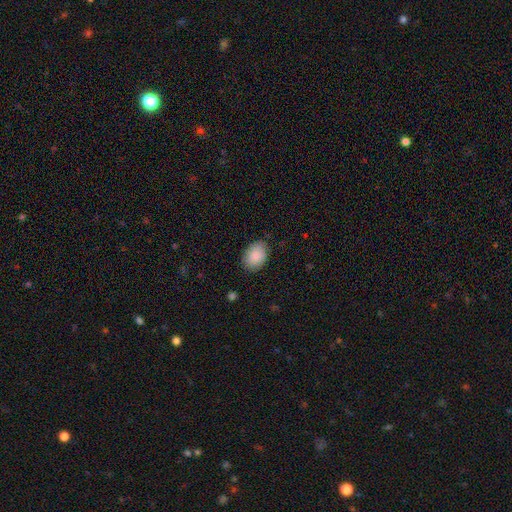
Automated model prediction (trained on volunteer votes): Smooth or featured? Predicted: smooth (p=0.88). How rounded? Predicted: in between (p=0.79). Merging? Predicted: none (p=0.82).